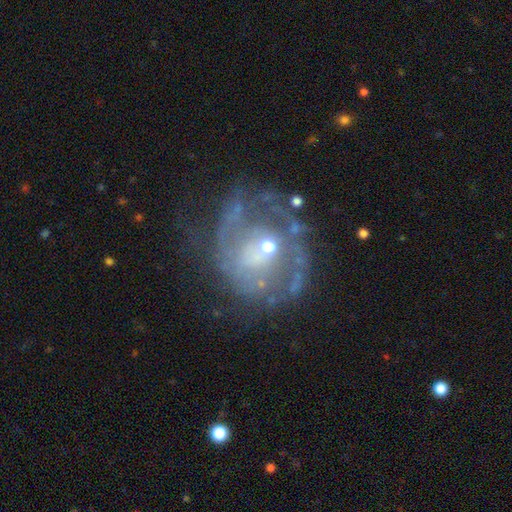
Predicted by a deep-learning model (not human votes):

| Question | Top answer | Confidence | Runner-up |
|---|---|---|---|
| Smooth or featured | featured or disk | 75% | smooth (15%) |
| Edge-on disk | no | 97% | yes (3%) |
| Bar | no | 70% | weak (24%) |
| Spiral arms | yes | 69% | no (31%) |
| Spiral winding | tight | 46% | medium (35%) |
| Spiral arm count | can't tell | 37% | 2 (35%) |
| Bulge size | moderate | 50% | small (43%) |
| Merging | none | 55% | minor disturbance (21%) |